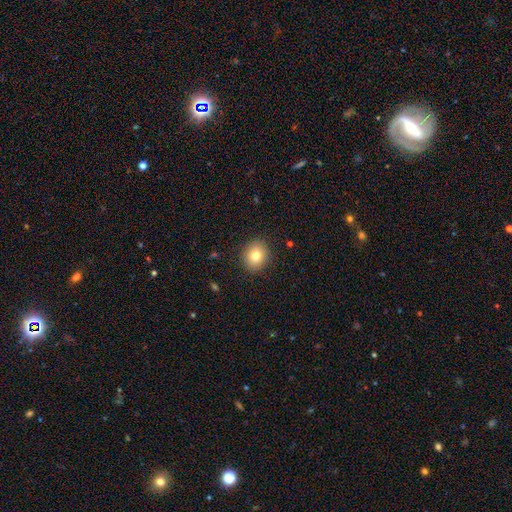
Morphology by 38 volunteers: A smooth galaxy with no disk features (95%) that is round (64%).

Vote fractions:
- Smooth or featured? smooth: 95% / featured or disk: 3% / star or artifact: 3%
- How rounded? round: 64% / in between: 33% / cigar-shaped: 3%
- Merging? none: 84% / minor disturbance: 8% / merger: 5% / major disturbance: 3%